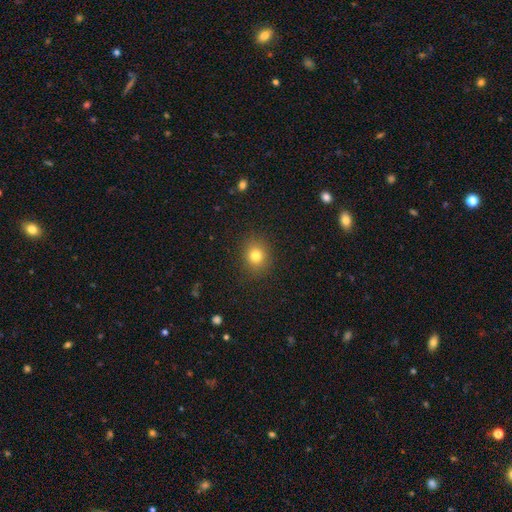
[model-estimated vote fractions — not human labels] Morphology: type=smooth (80%); roundness=round (72%); merging=none (88%).